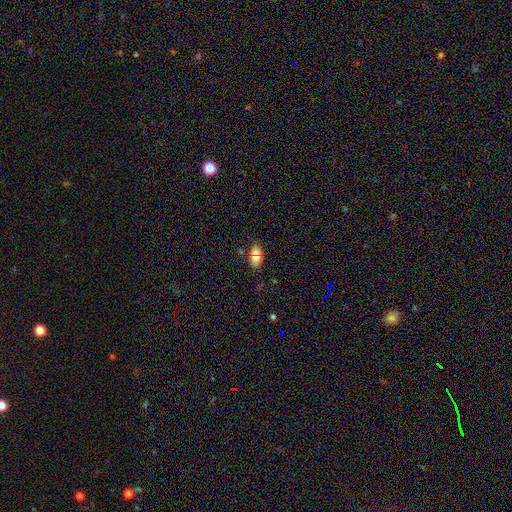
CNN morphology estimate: smooth 71%, star or artifact 17%, featured or disk 12%. Down the decision tree: how rounded — in between (85%); merging — none (77%).